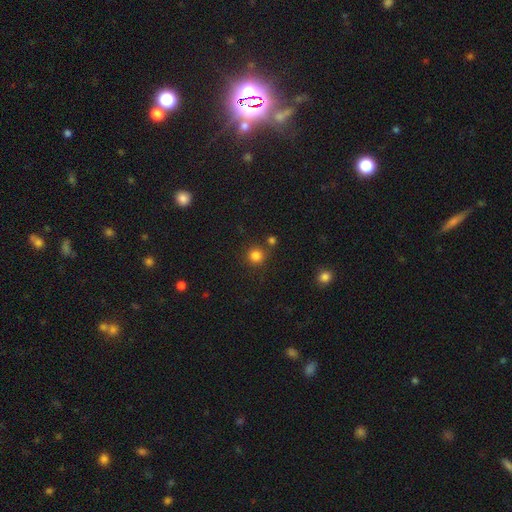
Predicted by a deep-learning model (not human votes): Q: Smooth or featured?
A: smooth (82%); runner-up: star or artifact (14%)
Q: How rounded?
A: round (93%); runner-up: in between (6%)
Q: Merging?
A: none (82%); runner-up: merger (8%)